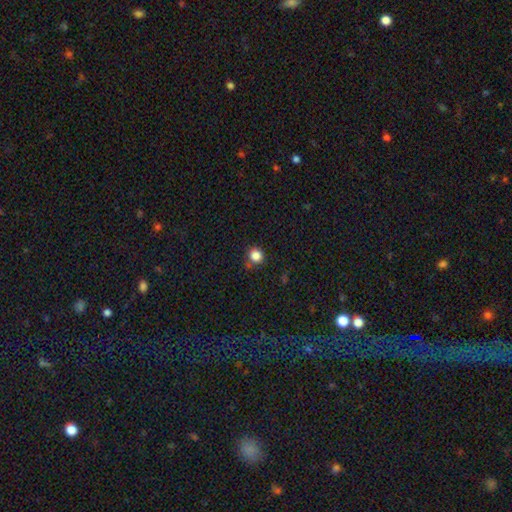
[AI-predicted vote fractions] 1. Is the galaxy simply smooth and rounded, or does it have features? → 84% smooth, 12% star or artifact, 4% featured or disk.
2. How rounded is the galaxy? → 87% round, 13% in between, 1% cigar-shaped.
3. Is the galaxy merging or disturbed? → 77% none, 14% minor disturbance, 5% merger, 4% major disturbance.